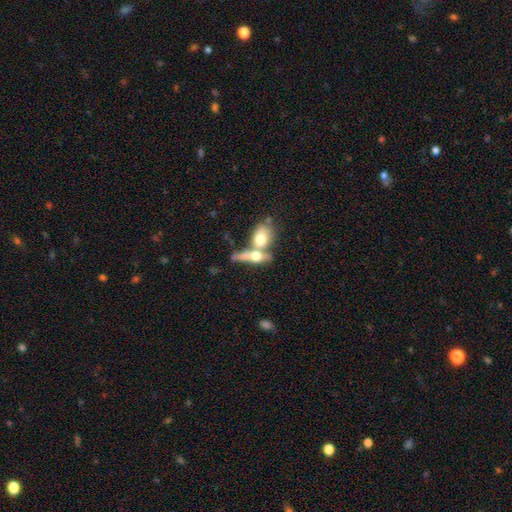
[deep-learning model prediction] Q: Smooth or featured?
A: smooth (57%); runner-up: featured or disk (36%)
Q: How rounded?
A: in between (58%); runner-up: cigar-shaped (26%)
Q: Merging?
A: merger (67%); runner-up: none (21%)